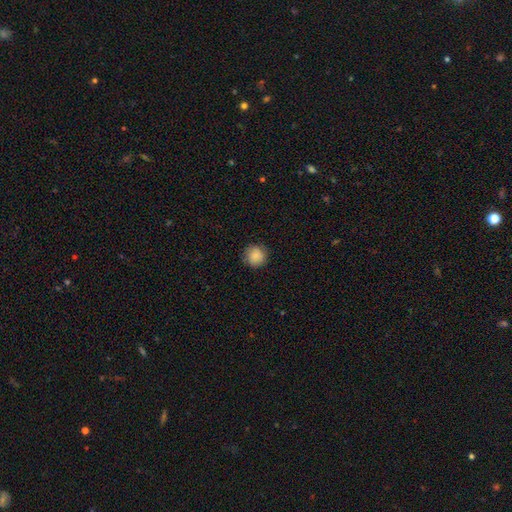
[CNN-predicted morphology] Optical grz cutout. It shows a smooth galaxy with no disk features (88%) that is round (92%). Merging: none (86%).